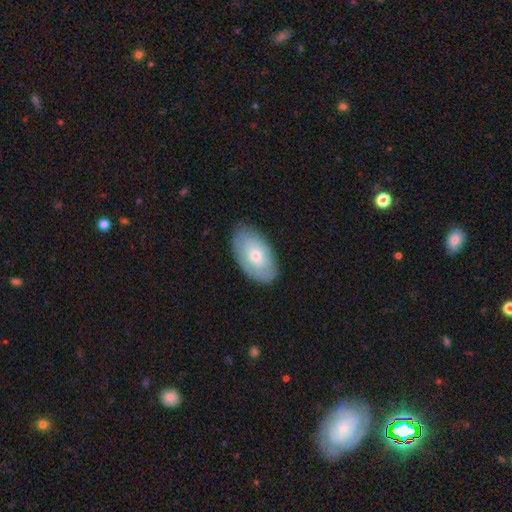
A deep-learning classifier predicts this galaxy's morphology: Smooth or featured? Predicted: smooth (p=0.61). How rounded? Predicted: in between (p=0.93). Merging? Predicted: none (p=0.79).